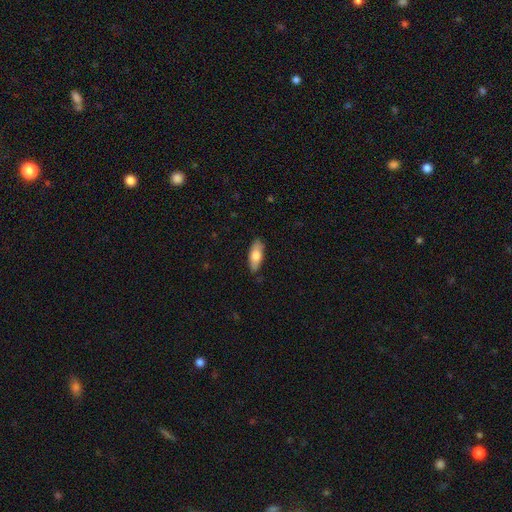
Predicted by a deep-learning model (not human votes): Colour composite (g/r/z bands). It shows a smooth galaxy with no disk features (73%) that is in between round and cigar-shaped (74%). Merging: none (84%).